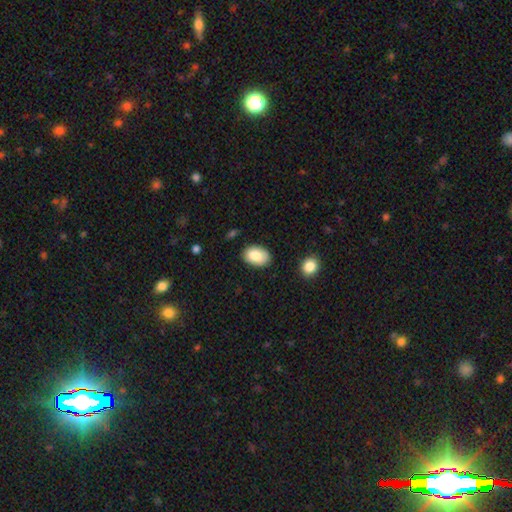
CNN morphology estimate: smooth-or-featured: smooth: 86% | featured or disk: 7% | star or artifact: 7%
  how-rounded: in between: 87% | round: 12% | cigar-shaped: 1%
  merging: none: 82% | minor disturbance: 13% | major disturbance: 3% | merger: 2%